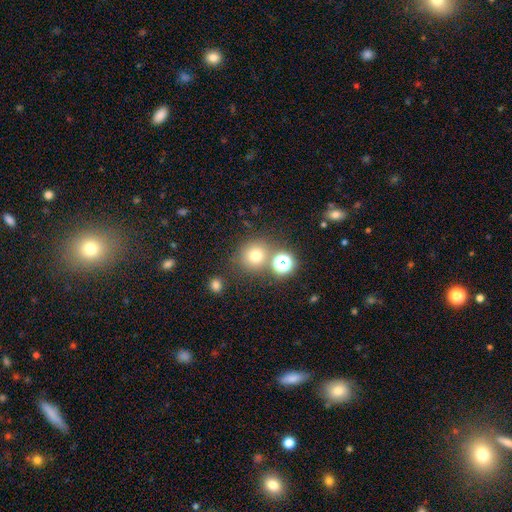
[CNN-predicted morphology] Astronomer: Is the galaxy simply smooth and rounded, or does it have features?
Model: smooth — 71%.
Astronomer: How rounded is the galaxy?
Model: round — 90%.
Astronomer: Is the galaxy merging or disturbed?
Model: none — 72%.